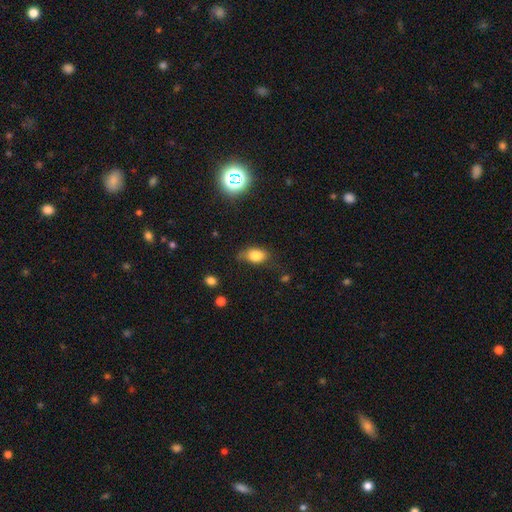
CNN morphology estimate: type=smooth (80%); roundness=in between (84%); merging=none (63%).